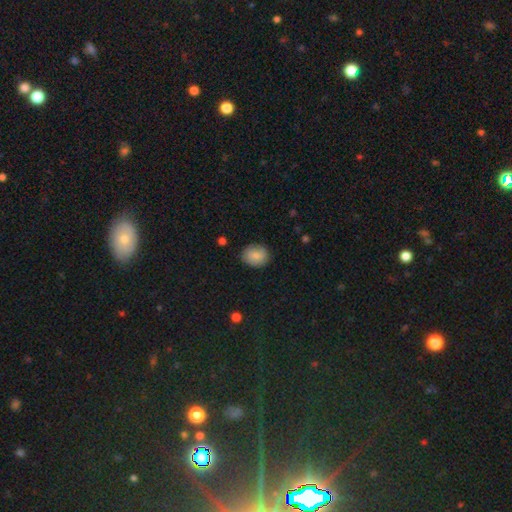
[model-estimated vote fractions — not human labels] A smooth galaxy with no disk features (81%) that is round (65%). Merging: none (82%).